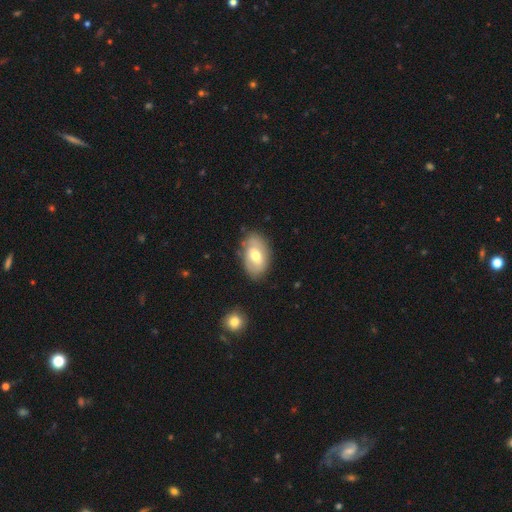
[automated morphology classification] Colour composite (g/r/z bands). It shows a smooth galaxy with no disk features (53%) that is in between round and cigar-shaped (89%). Merging: none (76%).